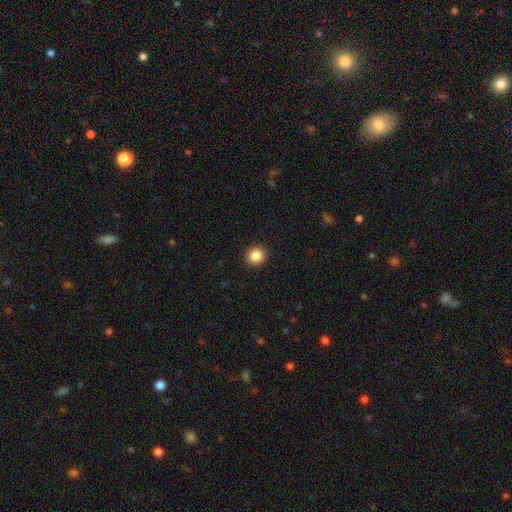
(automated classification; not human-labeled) The model was most divided on "smooth or featured": smooth: 87%, star or artifact: 10%, featured or disk: 4%. More confident: how rounded — round (93%); merging — none (93%).